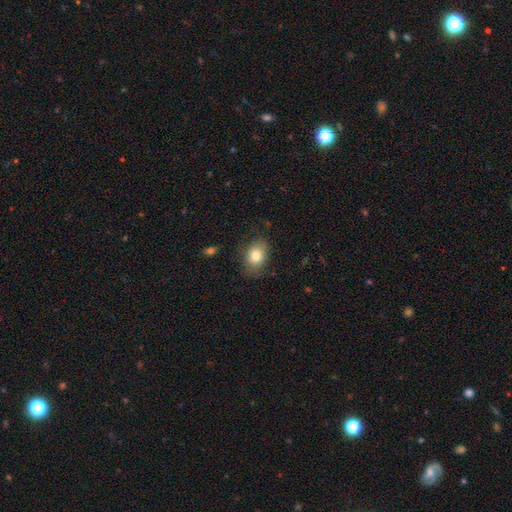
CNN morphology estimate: Smooth or featured: smooth — 82% (featured or disk — 10%)
How rounded: in between — 75% (round — 24%)
Merging: none — 75% (minor disturbance — 19%)